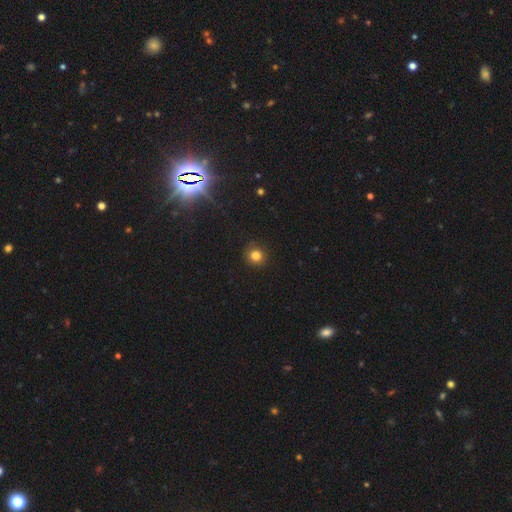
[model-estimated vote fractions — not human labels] smooth 82%, star or artifact 13%, featured or disk 5%. Down the decision tree: how rounded — round (90%); merging — none (89%).